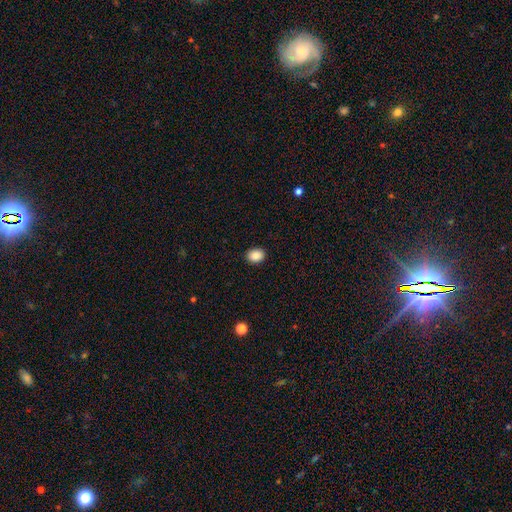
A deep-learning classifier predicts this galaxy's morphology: Q: Smooth or featured?
A: smooth (88%); runner-up: star or artifact (8%)
Q: How rounded?
A: in between (62%); runner-up: round (38%)
Q: Merging?
A: none (91%); runner-up: minor disturbance (6%)